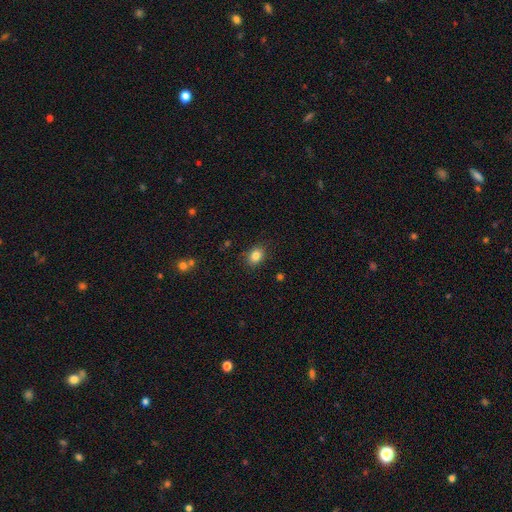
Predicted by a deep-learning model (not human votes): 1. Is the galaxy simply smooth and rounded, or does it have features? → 84% smooth, 10% star or artifact, 6% featured or disk.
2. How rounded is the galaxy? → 64% in between, 35% round, 1% cigar-shaped.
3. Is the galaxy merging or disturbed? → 86% none, 10% minor disturbance, 2% major disturbance, 1% merger.